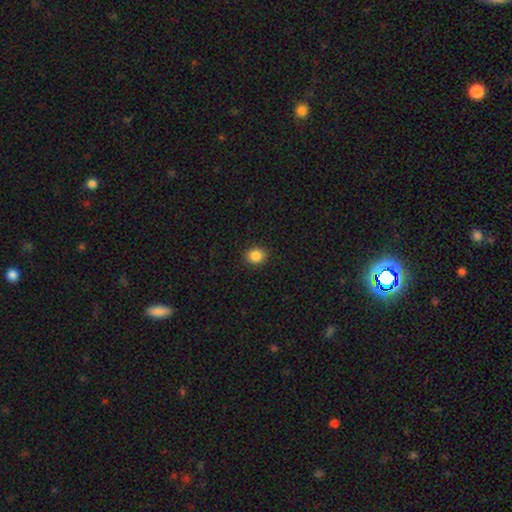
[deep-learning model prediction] smooth_or_featured: smooth (p=0.87) [alt: star or artifact p=0.10]
how_rounded: round (p=0.75) [alt: in between p=0.24]
merging: none (p=0.91) [alt: minor disturbance p=0.06]